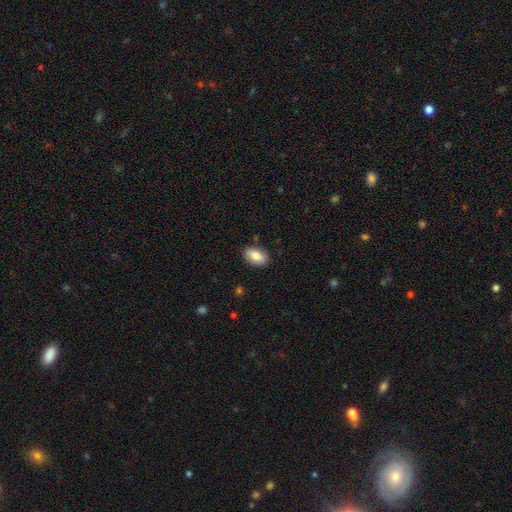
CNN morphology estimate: Smooth or featured? smooth (83%)
How rounded? in between (92%)
Merging? none (85%)